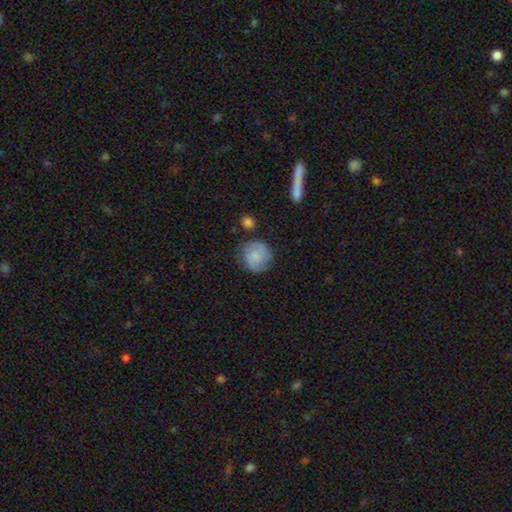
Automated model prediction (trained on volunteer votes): Morphology: type=smooth (63%); roundness=round (86%); merging=none (72%).